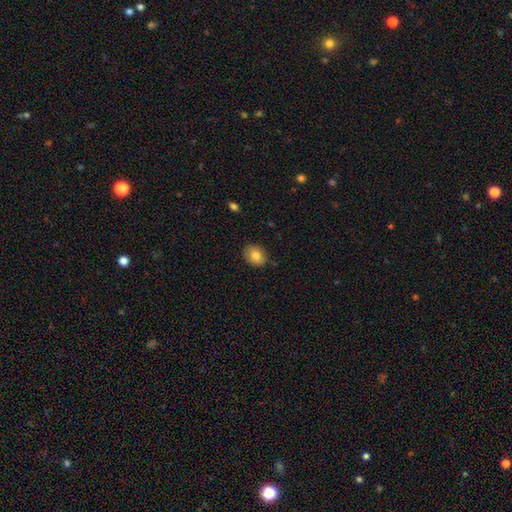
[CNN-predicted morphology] Overall: smooth (83%). How rounded: in between (50%; round 49%). Merging: none (85%).